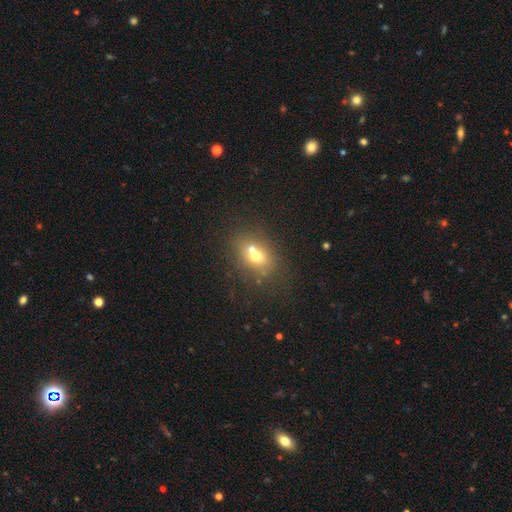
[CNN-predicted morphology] This is likely a smooth galaxy (63%). How rounded: possibly round (51%). Merging: possibly merger (46%).